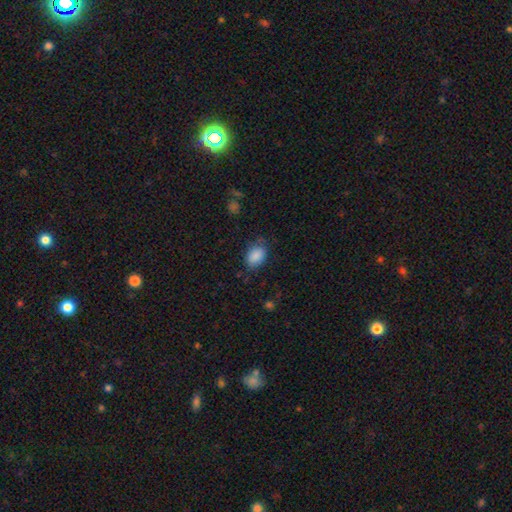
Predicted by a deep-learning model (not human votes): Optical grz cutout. It shows a smooth galaxy with no disk features (88%) that is in between round and cigar-shaped (82%). Merging: none (70%).